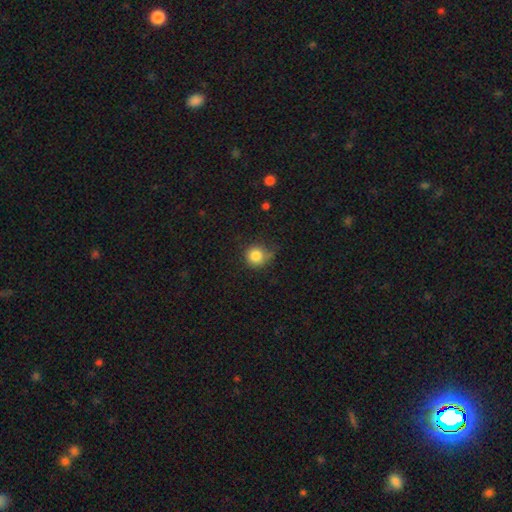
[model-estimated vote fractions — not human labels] A smooth galaxy with no disk features (83%) that is round (92%). Merging: none (61%).